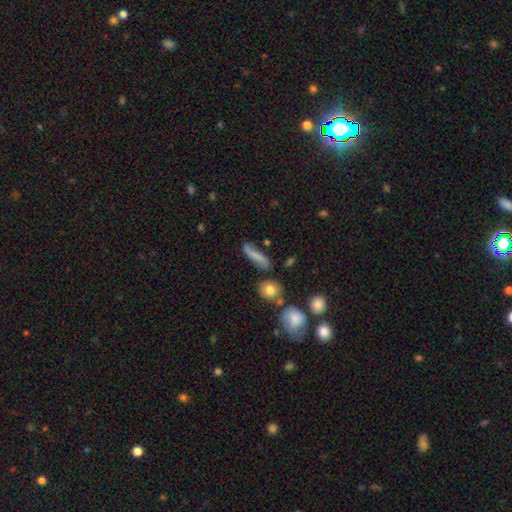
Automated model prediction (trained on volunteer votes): Morphology: type=smooth (58%); roundness=cigar-shaped (65%); merging=none (62%).